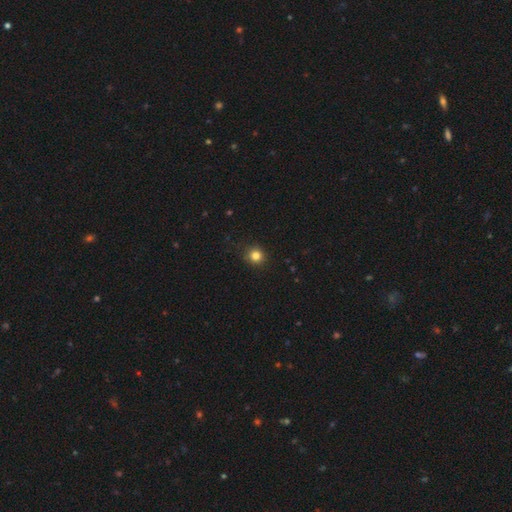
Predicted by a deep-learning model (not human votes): Smooth or featured?
  - smooth: 82% *
  - star or artifact: 13%
  - featured or disk: 5%
How rounded?
  - round: 92% *
  - in between: 8%
  - cigar-shaped: 1%
Merging?
  - none: 90% *
  - minor disturbance: 7%
  - major disturbance: 2%
  - merger: 1%